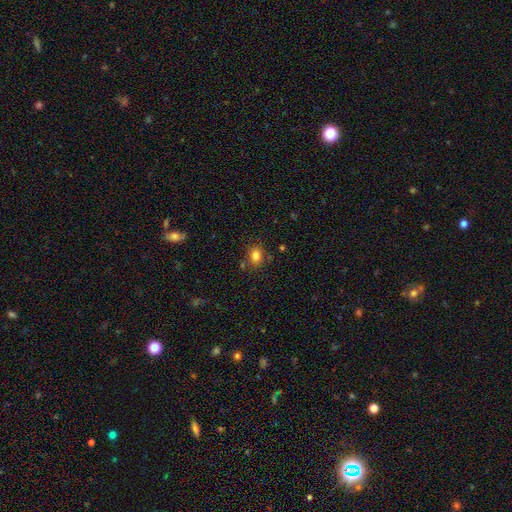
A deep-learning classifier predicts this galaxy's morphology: Smooth or featured?
  - smooth: 81% *
  - star or artifact: 13%
  - featured or disk: 7%
How rounded?
  - round: 57% *
  - in between: 42%
  - cigar-shaped: 1%
Merging?
  - none: 78% *
  - minor disturbance: 12%
  - merger: 6%
  - major disturbance: 3%